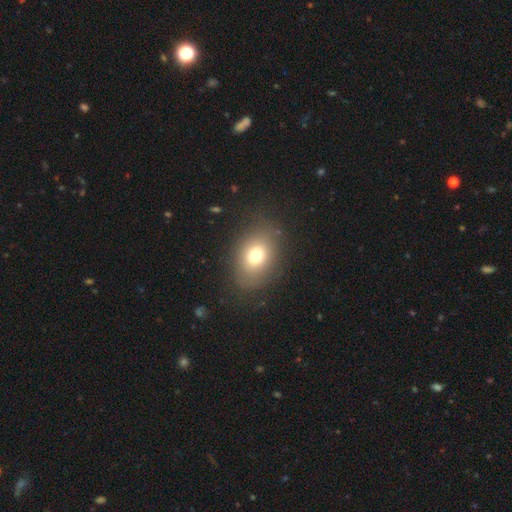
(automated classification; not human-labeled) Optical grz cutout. It shows a smooth galaxy with no disk features (72%) that is in between round and cigar-shaped (70%). Merging: none (79%).